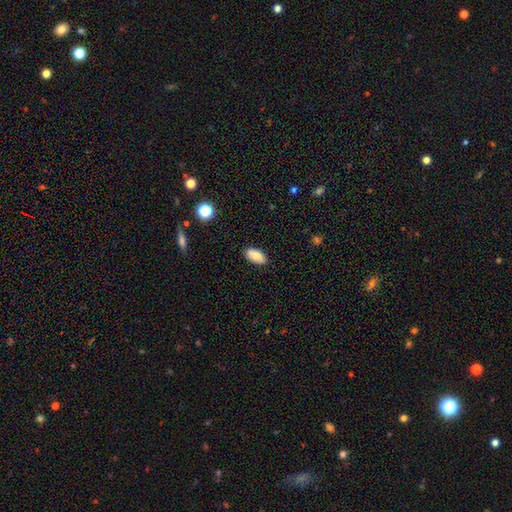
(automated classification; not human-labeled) Smooth or featured?
  - smooth: 86% *
  - star or artifact: 7%
  - featured or disk: 7%
How rounded?
  - in between: 92% *
  - cigar-shaped: 5%
  - round: 2%
Merging?
  - none: 87% *
  - minor disturbance: 10%
  - major disturbance: 2%
  - merger: 1%